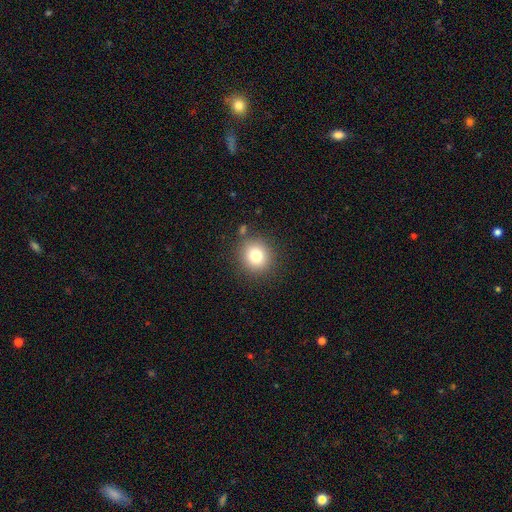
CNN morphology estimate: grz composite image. It shows a smooth galaxy with no disk features (78%) that is round (89%). Merging: none (85%).